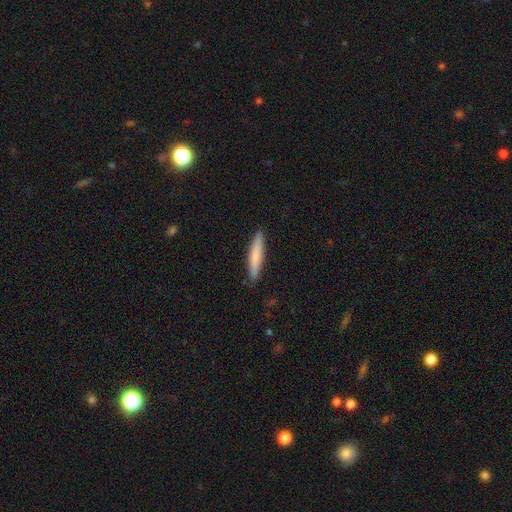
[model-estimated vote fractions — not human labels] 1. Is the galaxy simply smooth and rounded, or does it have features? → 73% smooth, 21% featured or disk, 5% star or artifact.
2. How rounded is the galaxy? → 92% cigar-shaped, 7% in between, 1% round.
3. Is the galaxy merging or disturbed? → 89% none, 9% minor disturbance, 2% major disturbance, 1% merger.